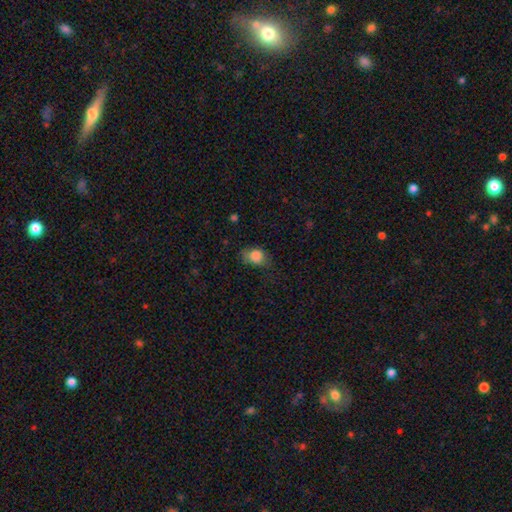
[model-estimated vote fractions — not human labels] This appears to be a smooth galaxy with no disk features (83%) that is in between round and cigar-shaped (60%). Merging: none (55%).